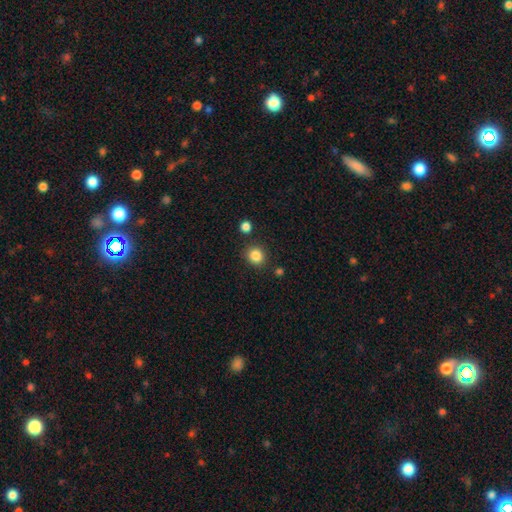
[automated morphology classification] Smooth or featured? smooth (86%)
How rounded? round (86%)
Merging? none (86%)